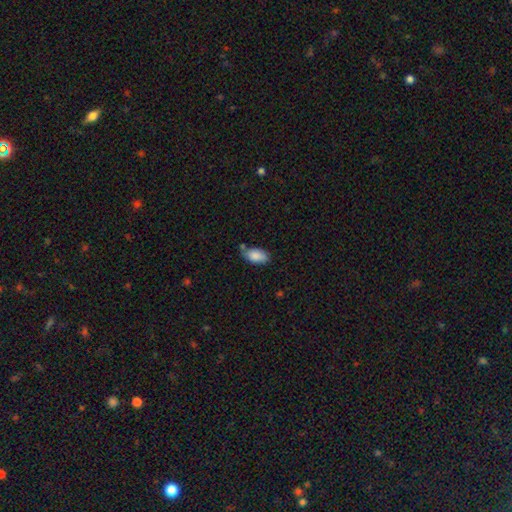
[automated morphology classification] This is clearly a smooth galaxy (86%). How rounded: clearly in between (93%). Merging: likely none (62%).